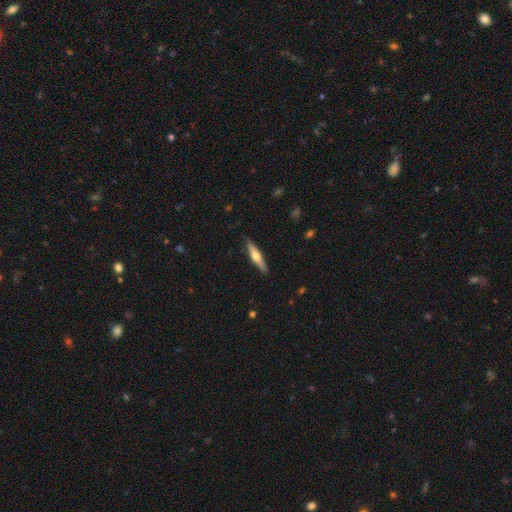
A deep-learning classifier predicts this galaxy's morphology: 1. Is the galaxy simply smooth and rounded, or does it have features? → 54% featured or disk, 40% smooth, 5% star or artifact.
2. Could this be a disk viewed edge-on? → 95% yes, 5% no.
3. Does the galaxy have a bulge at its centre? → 91% rounded, 5% none, 4% boxy.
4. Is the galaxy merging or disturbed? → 89% none, 8% minor disturbance, 2% major disturbance, 1% merger.